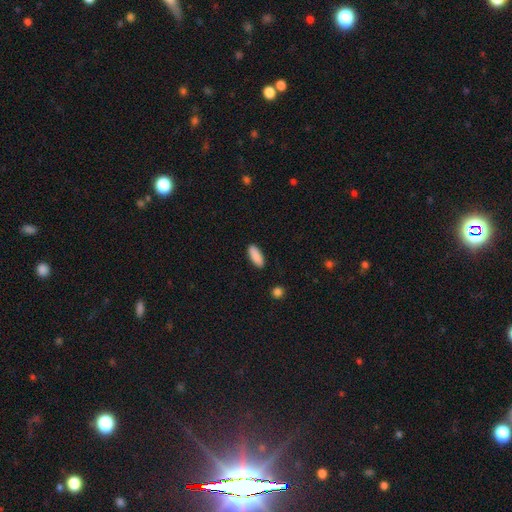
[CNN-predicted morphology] The model was most divided on "how rounded": in between: 70%, cigar-shaped: 28%, round: 2%. More confident: smooth or featured — smooth (90%); merging — none (89%).